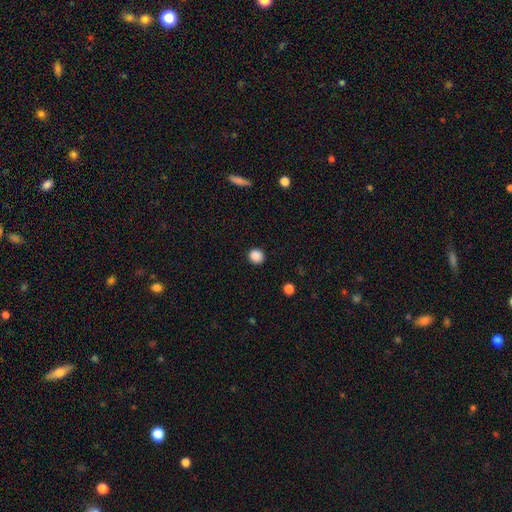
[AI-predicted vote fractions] Morphology: type=smooth (88%); roundness=round (93%); merging=none (92%).